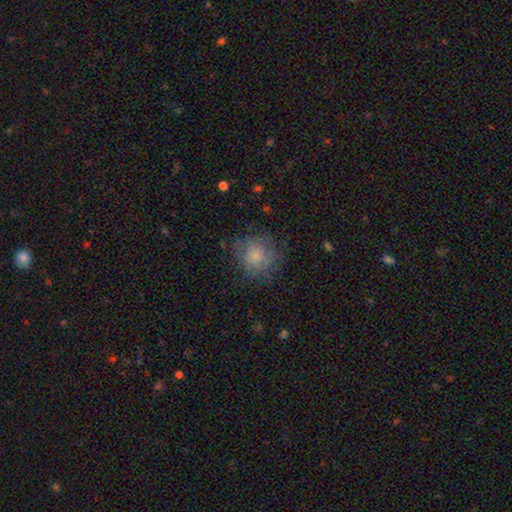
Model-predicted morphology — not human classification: Smooth or featured?
  - smooth: 77% *
  - featured or disk: 14%
  - star or artifact: 9%
How rounded?
  - round: 90% *
  - in between: 9%
  - cigar-shaped: 1%
Merging?
  - none: 72% *
  - minor disturbance: 18%
  - major disturbance: 9%
  - merger: 1%